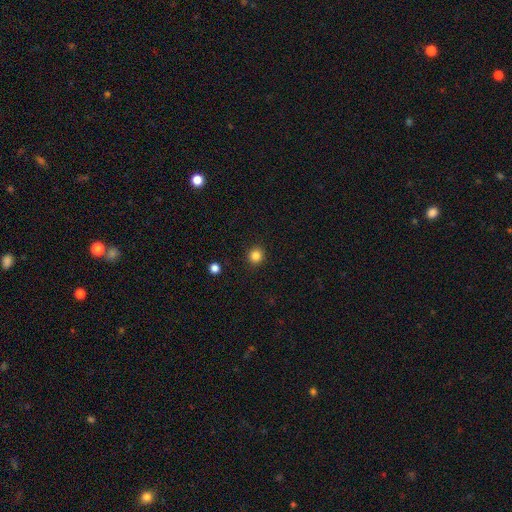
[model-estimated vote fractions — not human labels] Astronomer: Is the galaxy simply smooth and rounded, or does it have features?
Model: smooth — 84%.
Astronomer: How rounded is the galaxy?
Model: round — 92%.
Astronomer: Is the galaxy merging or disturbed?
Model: none — 92%.